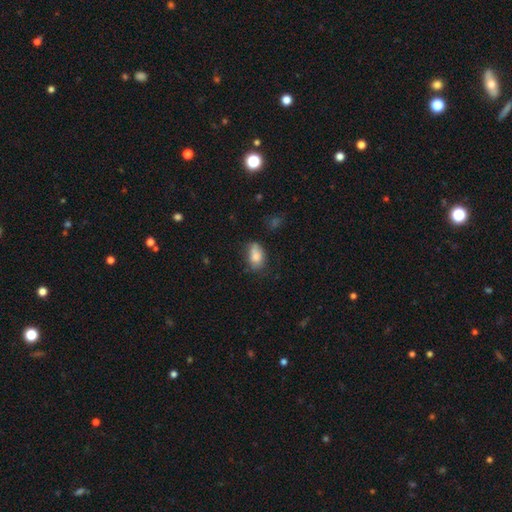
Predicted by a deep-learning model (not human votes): smooth-or-featured: smooth: 80% | featured or disk: 11% | star or artifact: 9%
  how-rounded: in between: 86% | round: 12% | cigar-shaped: 2%
  merging: none: 53% | minor disturbance: 32% | major disturbance: 10% | merger: 5%